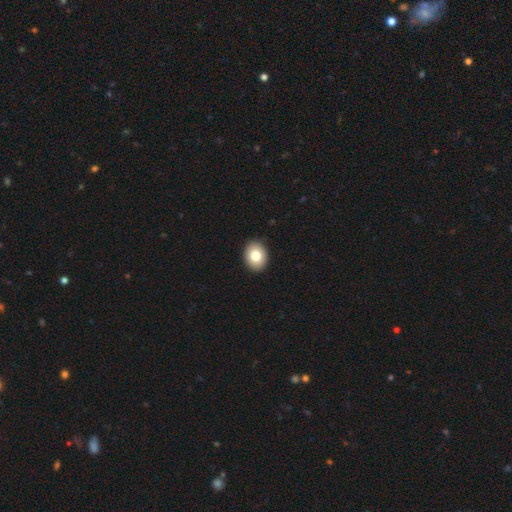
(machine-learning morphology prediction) type=smooth (80%); roundness=in between (58%); merging=none (92%).